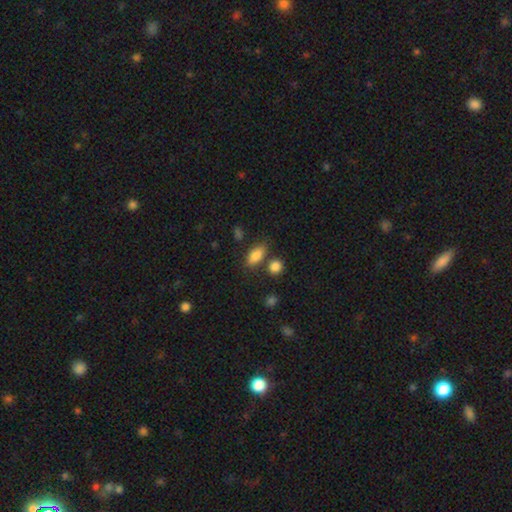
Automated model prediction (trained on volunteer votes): Smooth or featured?
  - smooth: 85% *
  - star or artifact: 8%
  - featured or disk: 7%
How rounded?
  - in between: 84% *
  - cigar-shaped: 9%
  - round: 7%
Merging?
  - none: 71% *
  - minor disturbance: 14%
  - merger: 11%
  - major disturbance: 4%